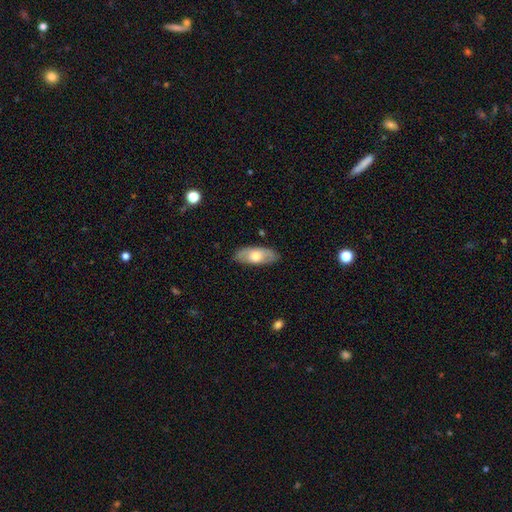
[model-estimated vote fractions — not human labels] Overall: smooth (61%; featured or disk 33%). How rounded: in between (85%). Merging: none (84%).